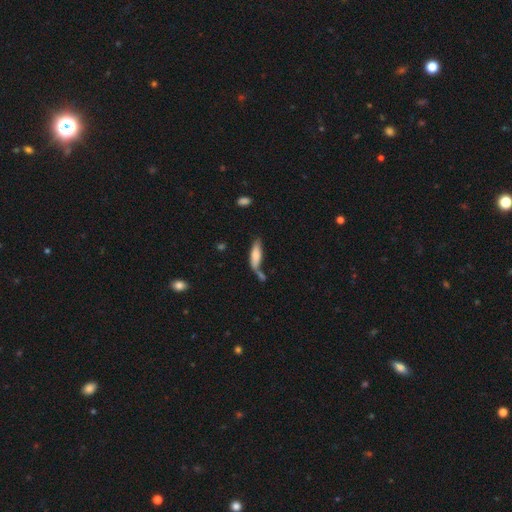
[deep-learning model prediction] A smooth galaxy with no disk features (74%) that is cigar-shaped (51%). Merging: none (43%).